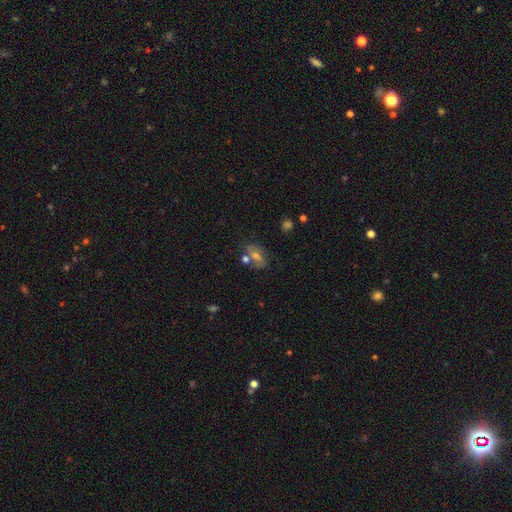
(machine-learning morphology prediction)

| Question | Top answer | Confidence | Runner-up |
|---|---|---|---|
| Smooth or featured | smooth | 41% | featured or disk (36%) |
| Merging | none | 58% | merger (17%) |